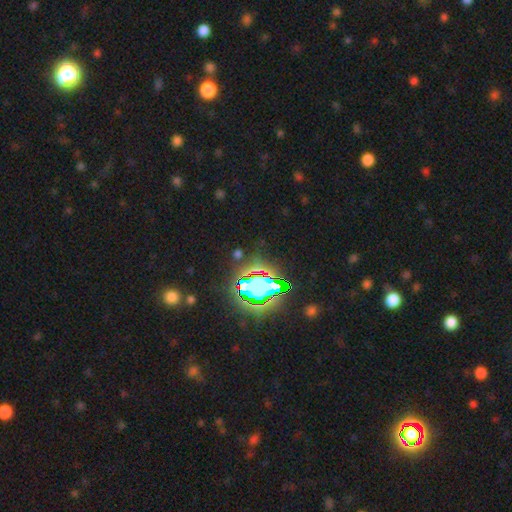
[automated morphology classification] star or artifact 82%, smooth 11%, featured or disk 7%.